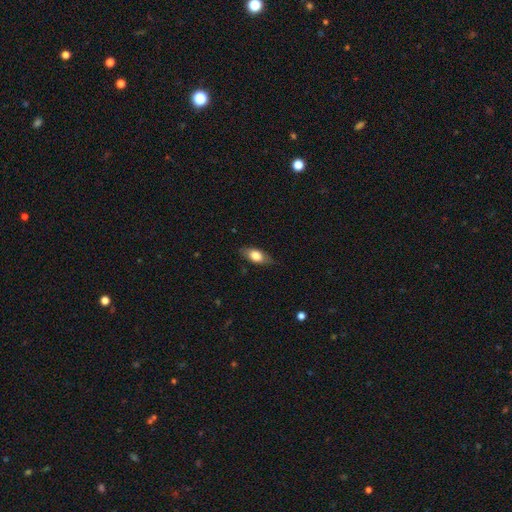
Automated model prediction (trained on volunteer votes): A smooth galaxy with no disk features (72%) that is in between round and cigar-shaped (83%). Merging: none (77%).